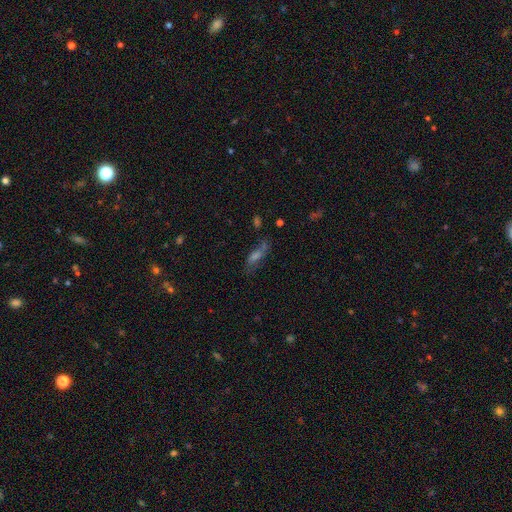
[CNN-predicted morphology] This is marginally a featured or disk galaxy (40%). Merging: likely none (63%).